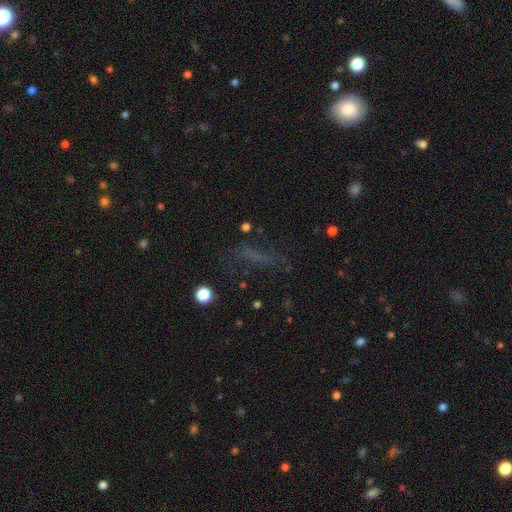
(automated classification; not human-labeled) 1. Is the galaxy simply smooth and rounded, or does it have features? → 44% smooth, 28% star or artifact, 28% featured or disk.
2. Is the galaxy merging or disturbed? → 62% none, 17% minor disturbance, 16% major disturbance, 4% merger.